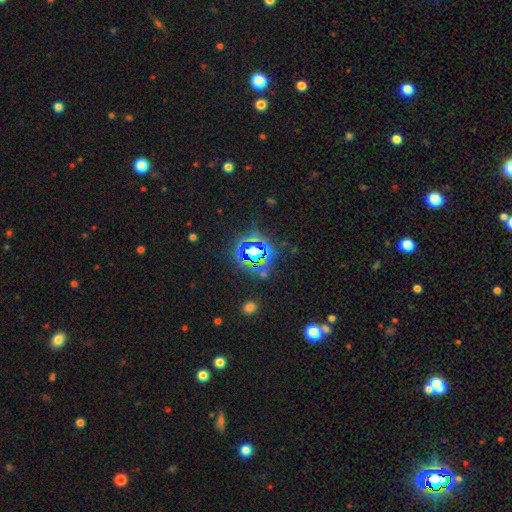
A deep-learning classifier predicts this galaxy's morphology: Q: Smooth or featured?
A: star or artifact (79%); runner-up: smooth (13%)